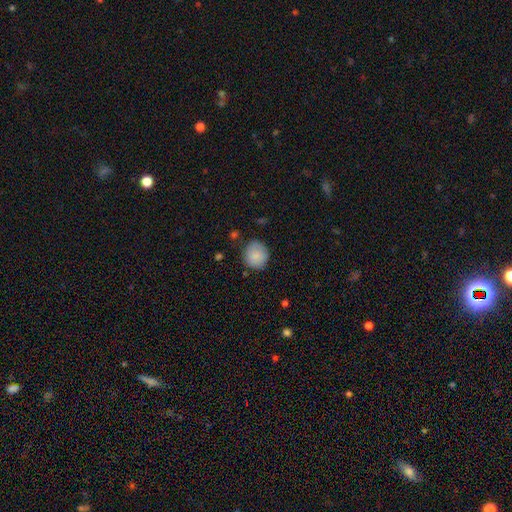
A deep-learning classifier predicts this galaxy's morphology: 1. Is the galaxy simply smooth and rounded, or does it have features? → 87% smooth, 7% star or artifact, 6% featured or disk.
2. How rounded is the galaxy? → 87% round, 12% in between, 1% cigar-shaped.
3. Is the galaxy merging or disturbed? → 80% none, 15% minor disturbance, 3% major disturbance, 2% merger.